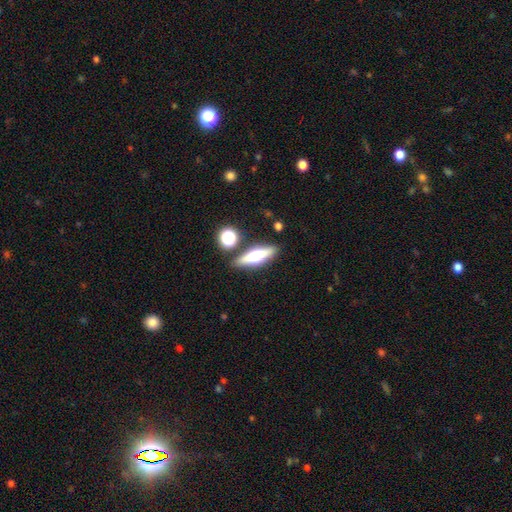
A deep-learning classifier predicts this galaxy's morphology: Smooth or featured?
  - featured or disk: 49% *
  - smooth: 43%
  - star or artifact: 9%
Merging?
  - none: 81% *
  - minor disturbance: 10%
  - merger: 7%
  - major disturbance: 3%